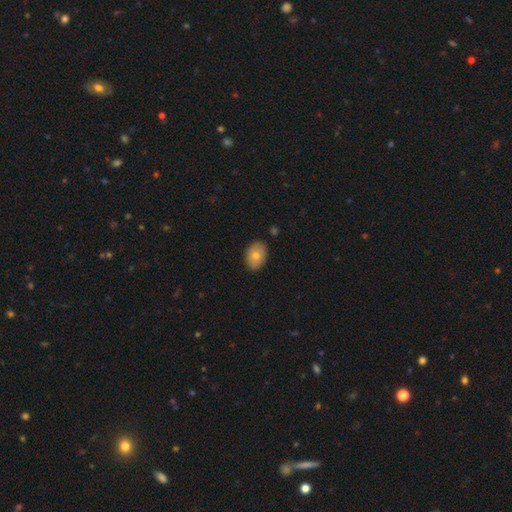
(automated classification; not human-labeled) Q: Smooth or featured?
A: smooth (76%); runner-up: featured or disk (16%)
Q: How rounded?
A: in between (81%); runner-up: round (18%)
Q: Merging?
A: none (85%); runner-up: minor disturbance (12%)